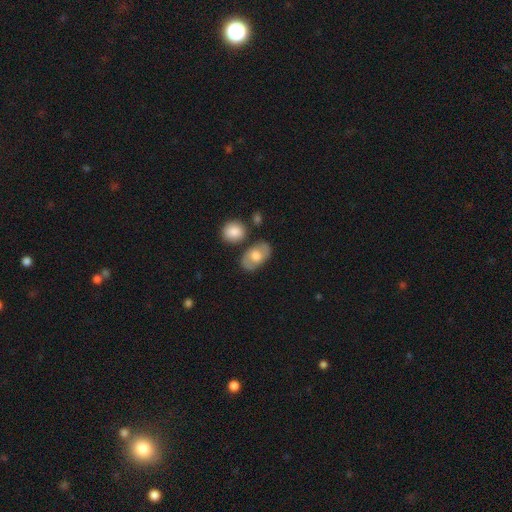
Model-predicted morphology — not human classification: smooth_or_featured: smooth (p=0.59) [alt: featured or disk p=0.35]
how_rounded: in between (p=0.88) [alt: round p=0.11]
merging: none (p=0.75) [alt: minor disturbance p=0.14]